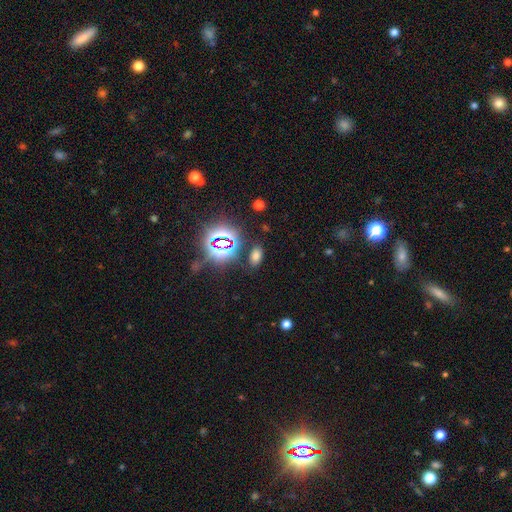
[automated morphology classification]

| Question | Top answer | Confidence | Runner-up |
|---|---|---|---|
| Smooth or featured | smooth | 60% | star or artifact (33%) |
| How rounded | in between | 89% | round (9%) |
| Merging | none | 84% | minor disturbance (9%) |